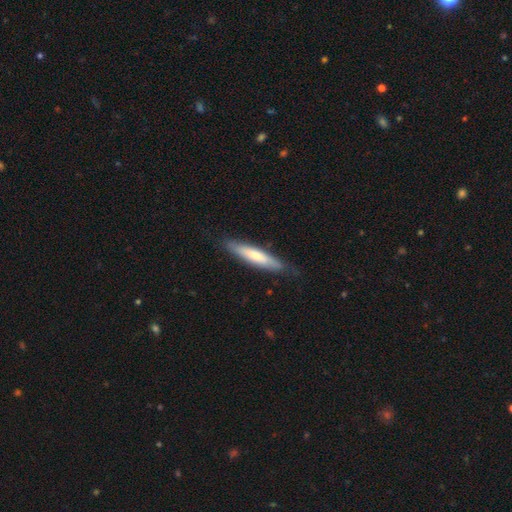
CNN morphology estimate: smooth_or_featured: smooth (p=0.65) [alt: featured or disk p=0.30]
how_rounded: cigar-shaped (p=0.85) [alt: in between p=0.14]
merging: none (p=0.79) [alt: minor disturbance p=0.16]